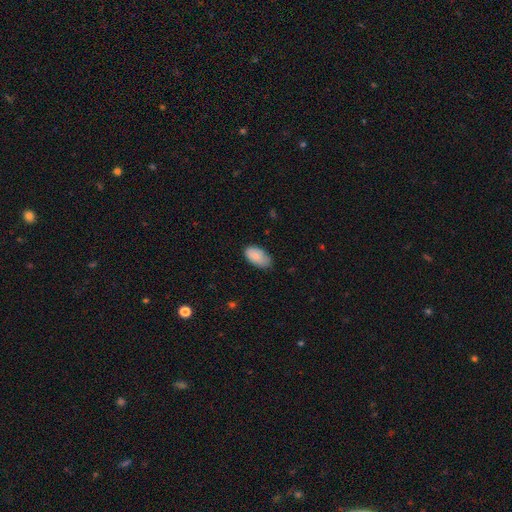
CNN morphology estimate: The model was most divided on "merging": none: 68%, minor disturbance: 27%, major disturbance: 4%, merger: 1%. More confident: how rounded — in between (95%); smooth or featured — smooth (84%).